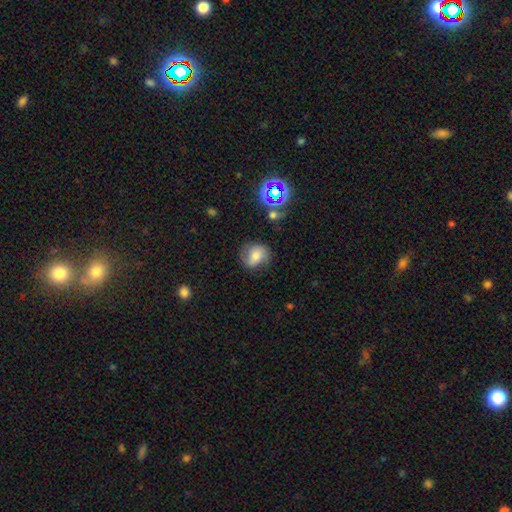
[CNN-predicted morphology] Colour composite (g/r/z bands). It shows a smooth galaxy with no disk features (58%) that is round (59%). Merging: none (65%).